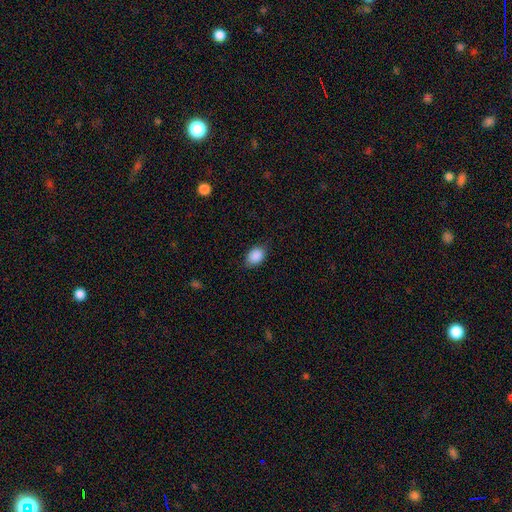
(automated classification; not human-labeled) smooth-or-featured: smooth: 89% | star or artifact: 7% | featured or disk: 4%
  how-rounded: in between: 79% | round: 20% | cigar-shaped: 1%
  merging: none: 80% | minor disturbance: 16% | major disturbance: 3% | merger: 1%